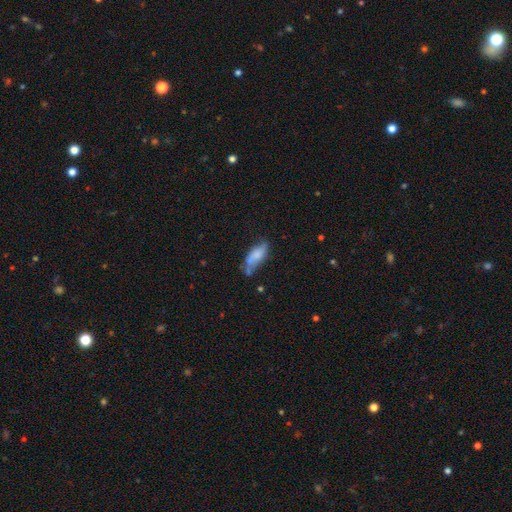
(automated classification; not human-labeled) smooth_or_featured: smooth (p=0.65) [alt: featured or disk p=0.27]
how_rounded: in between (p=0.72) [alt: cigar-shaped p=0.25]
merging: none (p=0.44) [alt: minor disturbance p=0.32]